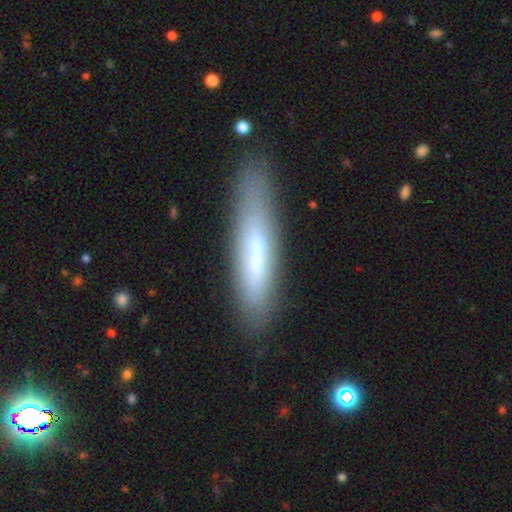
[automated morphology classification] Smooth or featured: smooth — 53% (featured or disk — 39%)
How rounded: cigar-shaped — 80% (in between — 18%)
Merging: none — 78% (minor disturbance — 14%)